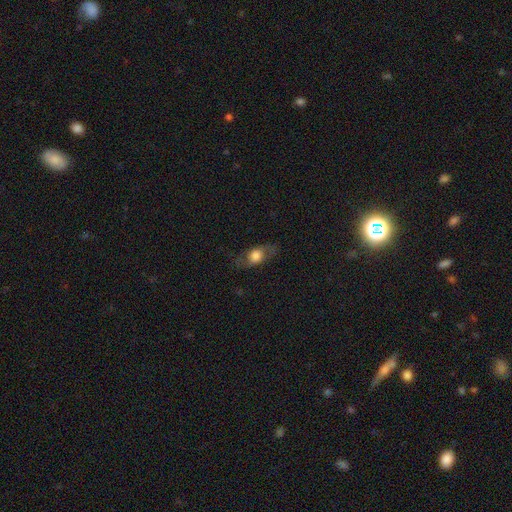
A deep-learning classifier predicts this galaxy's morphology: Smooth or featured? Predicted: smooth (p=0.58). How rounded? Predicted: in between (p=0.69). Merging? Predicted: none (p=0.75).